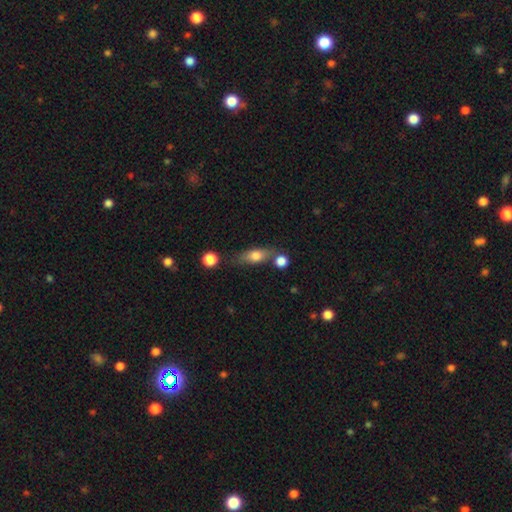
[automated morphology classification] Overall: smooth (70%). How rounded: in between (66%). Merging: none (61%).